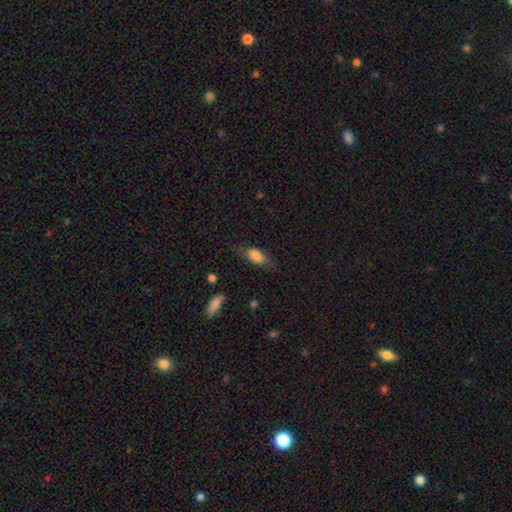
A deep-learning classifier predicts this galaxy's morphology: Overall: smooth (76%). How rounded: in between (81%). Merging: none (62%; minor disturbance 26%).